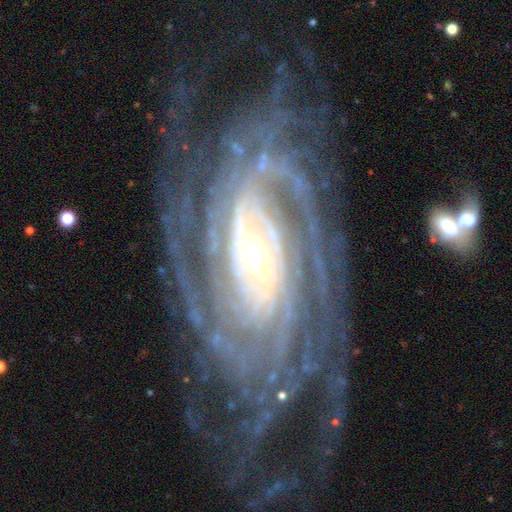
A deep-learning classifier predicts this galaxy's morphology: Smooth or featured?
  - featured or disk: 93% *
  - star or artifact: 4%
  - smooth: 3%
Edge-on disk?
  - no: 96% *
  - yes: 4%
Bar?
  - no: 38% *
  - weak: 33%
  - strong: 29%
Spiral arms?
  - yes: 98% *
  - no: 2%
Spiral winding?
  - tight: 76% *
  - medium: 20%
  - loose: 4%
Spiral arm count?
  - 4: 21% * (tied)
  - can't tell: 21% * (tied)
  - more than 4: 20%
  - 2: 16%
  - 3: 14%
  - 1: 8%
Bulge size?
  - small: 59% *
  - moderate: 34%
  - large: 4%
  - none: 1%
  - dominant: 1%
Merging?
  - none: 71% *
  - minor disturbance: 16%
  - major disturbance: 11%
  - merger: 2%